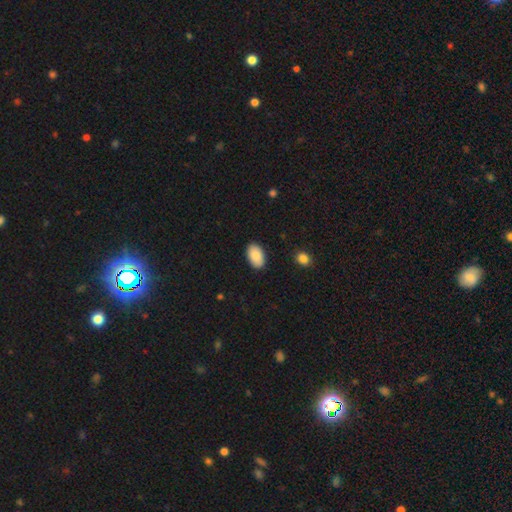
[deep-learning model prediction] smooth-or-featured: smooth: 88% | star or artifact: 6% | featured or disk: 6%
  how-rounded: in between: 94% | round: 5% | cigar-shaped: 1%
  merging: none: 88% | minor disturbance: 9% | major disturbance: 2% | merger: 1%